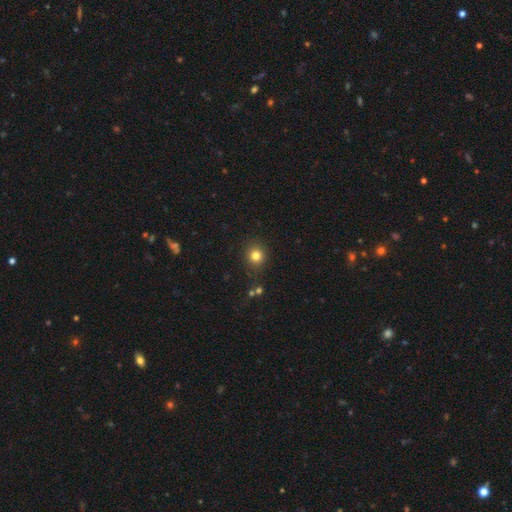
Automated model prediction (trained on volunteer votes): Overall: smooth (80%). How rounded: round (86%). Merging: none (87%).